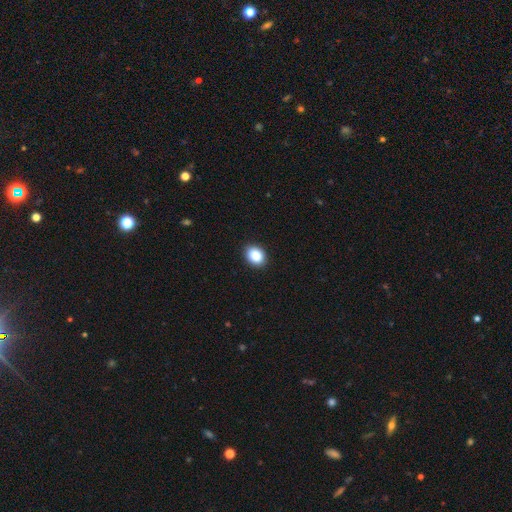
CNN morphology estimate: Smooth or featured? smooth (87%)
How rounded? in between (57%)
Merging? none (90%)